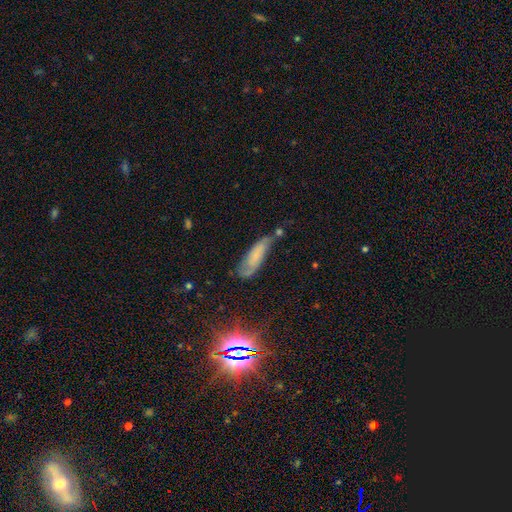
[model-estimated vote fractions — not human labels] A smooth galaxy with no disk features (53%) that is cigar-shaped (57%). Merging: none (48%).